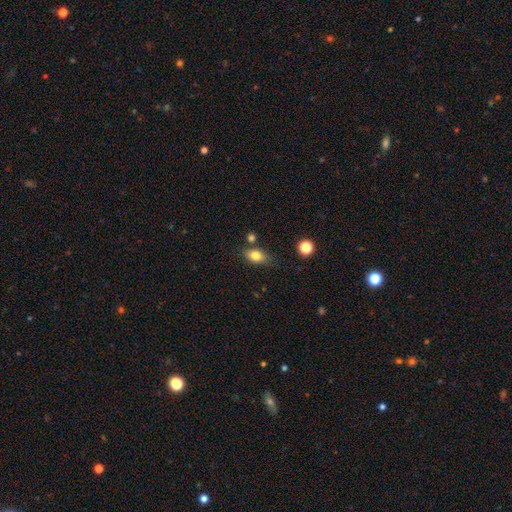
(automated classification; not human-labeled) Overall: smooth (80%). How rounded: in between (82%). Merging: none (73%).